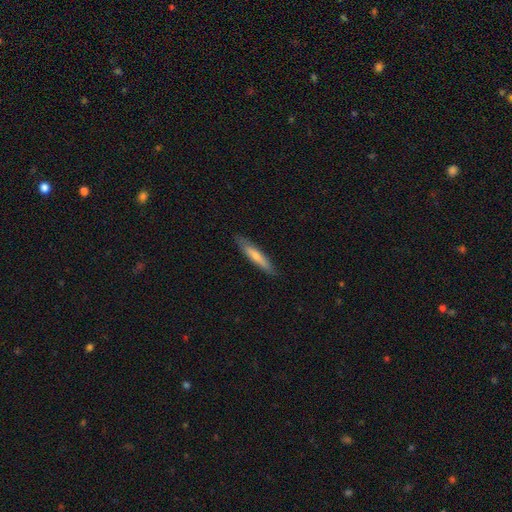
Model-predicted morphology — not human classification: smooth 59%, featured or disk 35%, star or artifact 6%. Down the decision tree: how rounded — cigar-shaped (89%); merging — none (87%).